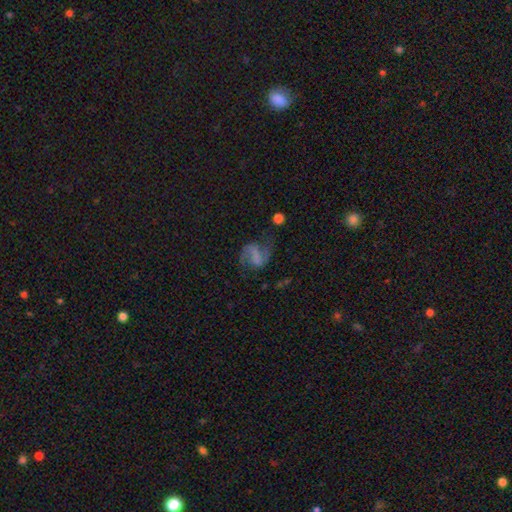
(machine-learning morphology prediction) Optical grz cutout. It shows a featured or disk galaxy (70%) with a weak bar (41%), 2 (90%) loose (46%) spiral arms (89%) and no central bulge (64%). Merging: none (61%).